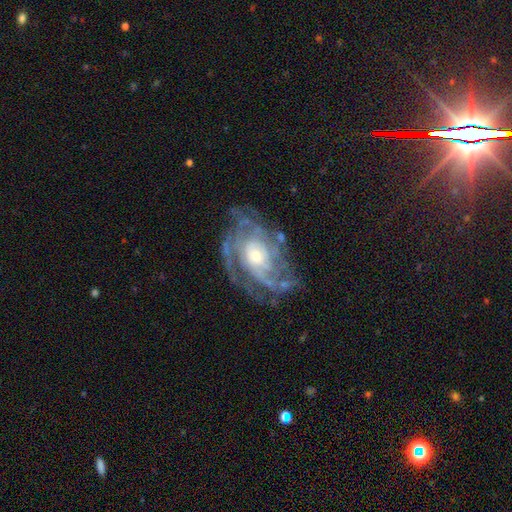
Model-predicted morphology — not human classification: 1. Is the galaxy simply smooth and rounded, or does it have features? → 88% featured or disk, 6% smooth, 6% star or artifact.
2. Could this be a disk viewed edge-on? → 96% no, 4% yes.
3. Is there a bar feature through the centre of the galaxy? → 74% no, 20% weak, 6% strong.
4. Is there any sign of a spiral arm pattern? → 95% yes, 5% no.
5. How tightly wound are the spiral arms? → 60% tight, 32% medium, 8% loose.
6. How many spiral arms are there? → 32% can't tell, 19% 3, 19% 4, 15% 2, 10% more than 4, 6% 1.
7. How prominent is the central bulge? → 47% small, 44% moderate, 7% large, 2% none, 1% dominant.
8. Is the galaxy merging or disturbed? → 68% none, 18% minor disturbance, 12% major disturbance, 2% merger.